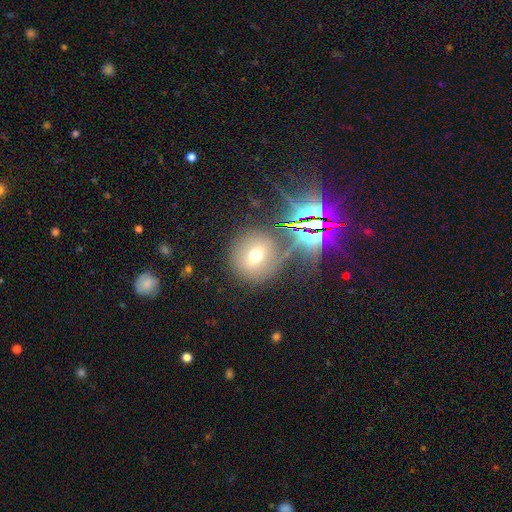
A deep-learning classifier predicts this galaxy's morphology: This is possibly a smooth galaxy (57%). How rounded: clearly round (90%). Merging: likely none (78%).